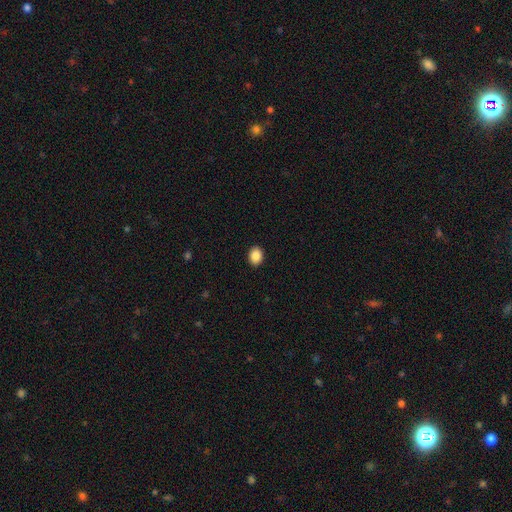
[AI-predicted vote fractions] A smooth galaxy with no disk features (88%) that is in between round and cigar-shaped (51%). Merging: none (92%).